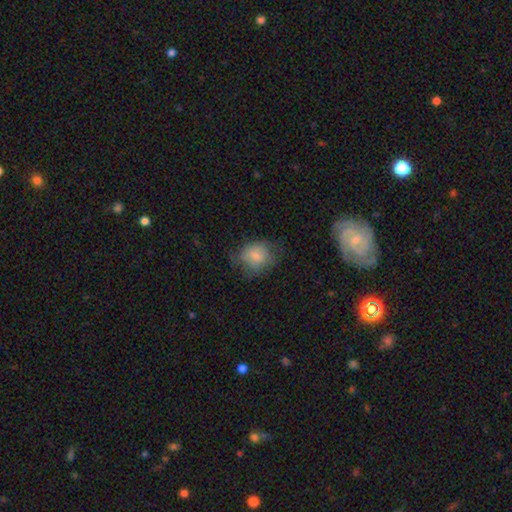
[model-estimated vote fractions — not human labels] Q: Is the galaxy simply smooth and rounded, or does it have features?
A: smooth — 69%.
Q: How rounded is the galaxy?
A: round — 63%.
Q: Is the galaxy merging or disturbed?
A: none — 52%.